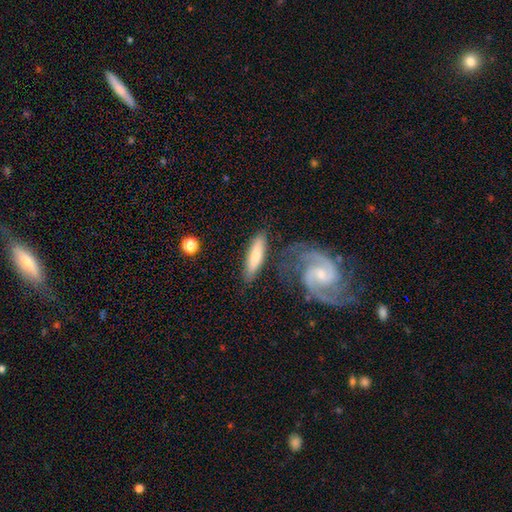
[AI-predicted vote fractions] This is likely a smooth galaxy (67%). How rounded: likely cigar-shaped (69%). Merging: likely none (70%).